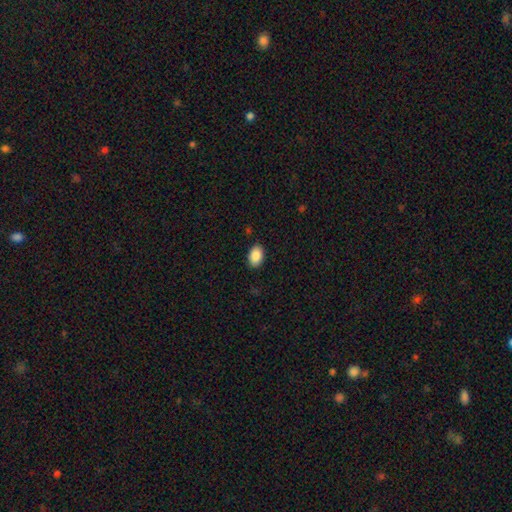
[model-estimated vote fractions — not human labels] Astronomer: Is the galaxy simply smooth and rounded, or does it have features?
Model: smooth — 88%.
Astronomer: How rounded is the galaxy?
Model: in between — 85%.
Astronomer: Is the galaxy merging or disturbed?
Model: none — 88%.